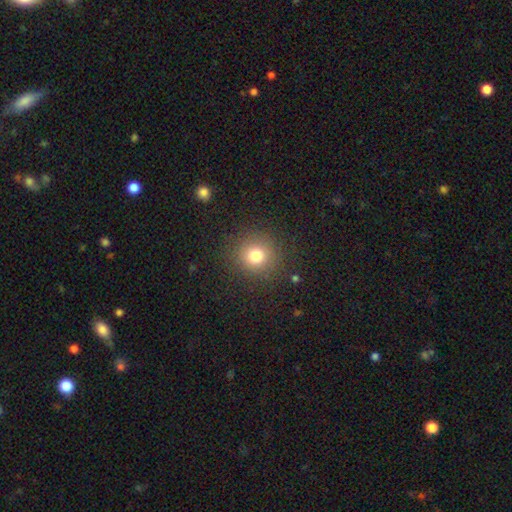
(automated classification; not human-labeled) Smooth or featured? Predicted: smooth (p=0.77). How rounded? Predicted: round (p=0.92). Merging? Predicted: none (p=0.88).